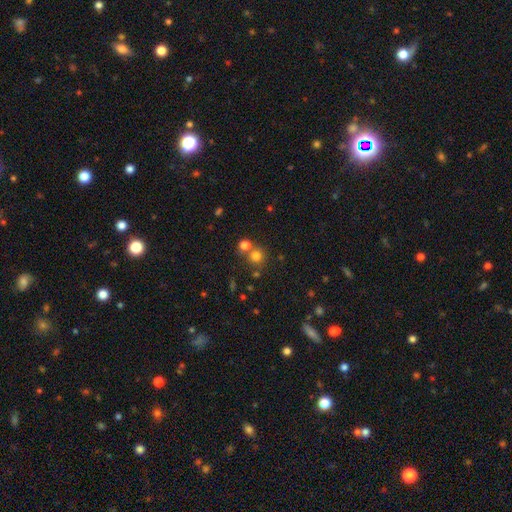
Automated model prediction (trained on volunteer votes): Overall: smooth (75%). How rounded: round (88%). Merging: none (57%; merger 33%).